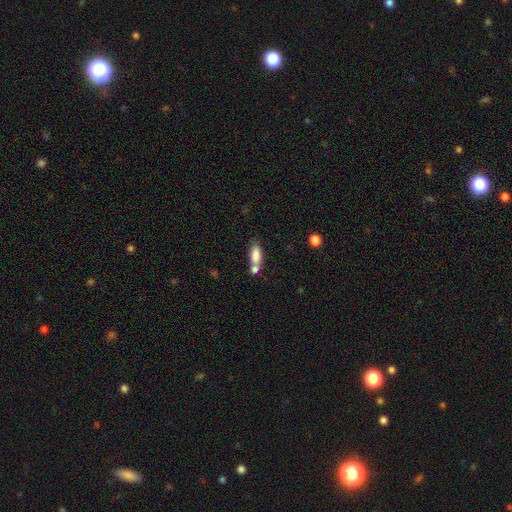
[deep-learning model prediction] Morphology: type=smooth (82%); roundness=in between (77%); merging=none (44%).